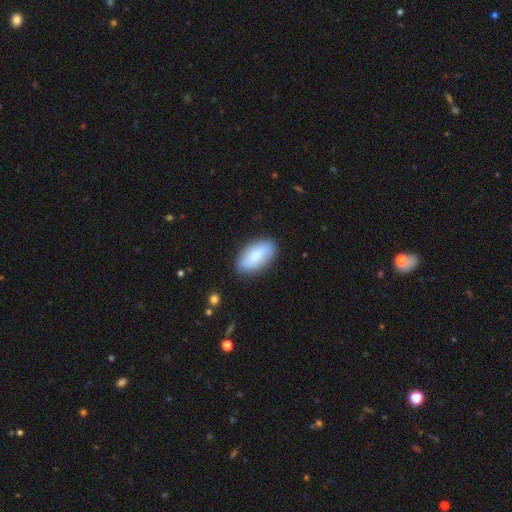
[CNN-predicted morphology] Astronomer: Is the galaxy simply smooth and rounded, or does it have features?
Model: smooth — 79%.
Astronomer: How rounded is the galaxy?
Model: in between — 93%.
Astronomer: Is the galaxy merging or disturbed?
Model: none — 83%.